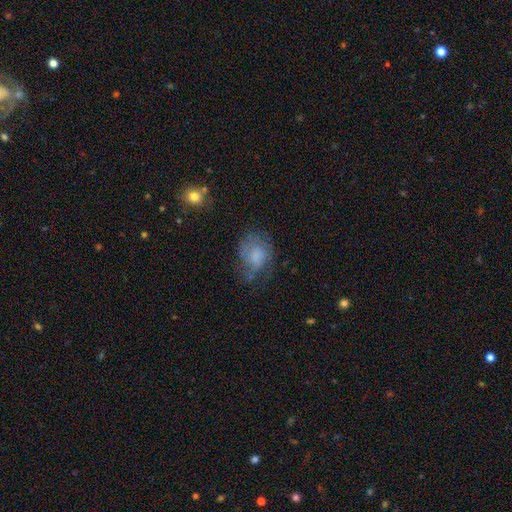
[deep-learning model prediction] The model was most divided on "merging": none: 49%, minor disturbance: 29%, major disturbance: 20%, merger: 3%. More confident: how rounded — in between (64%); smooth or featured — smooth (60%).